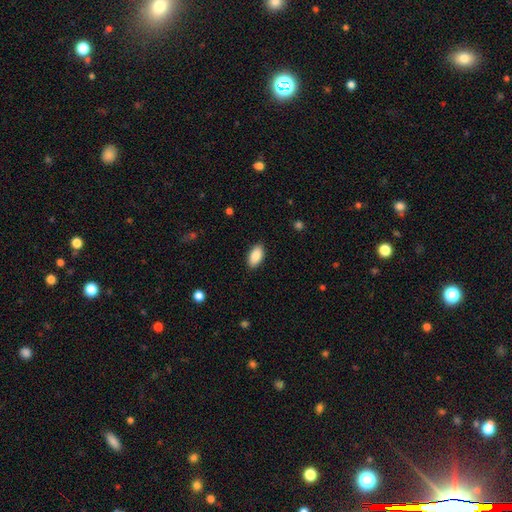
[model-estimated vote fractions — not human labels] Q: Smooth or featured?
A: smooth (89%); runner-up: star or artifact (6%)
Q: How rounded?
A: in between (94%); runner-up: cigar-shaped (3%)
Q: Merging?
A: none (88%); runner-up: minor disturbance (9%)